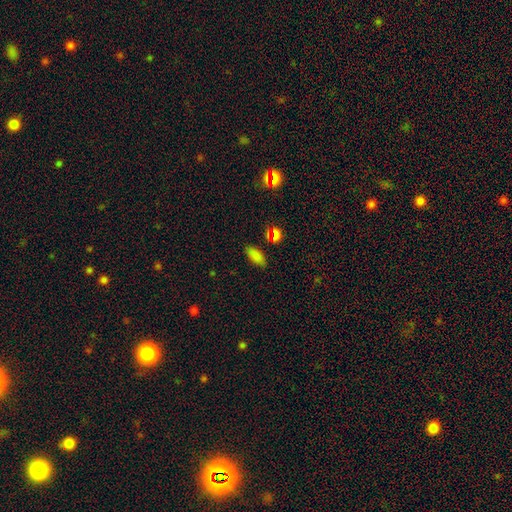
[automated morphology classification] type=smooth (79%); roundness=in between (89%); merging=none (83%).